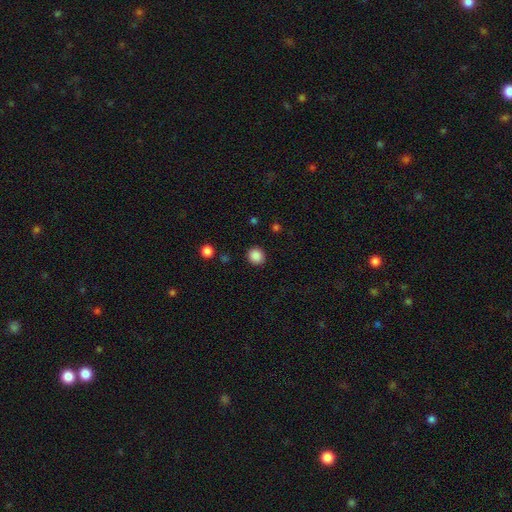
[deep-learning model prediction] This is clearly a smooth galaxy (87%). How rounded: clearly round (87%). Merging: clearly none (90%).